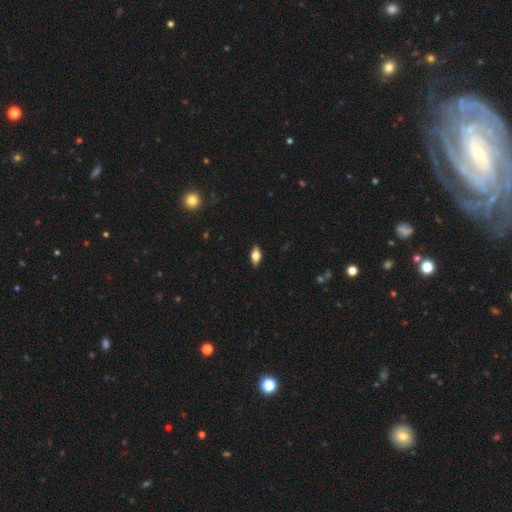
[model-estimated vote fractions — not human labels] Overall: smooth (60%; featured or disk 32%). How rounded: in between (84%). Merging: none (87%).